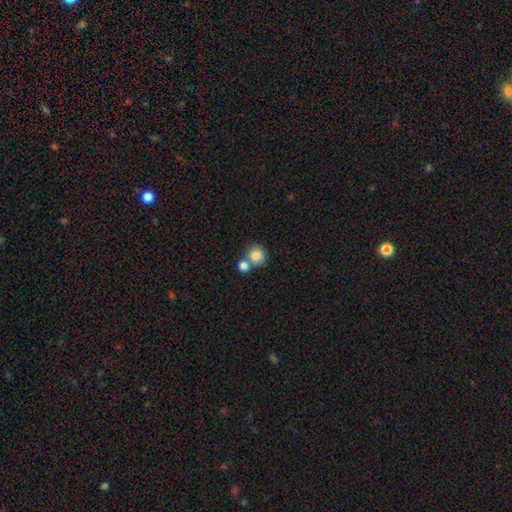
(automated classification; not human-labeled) The model was most divided on "merging": none: 54%, merger: 35%, minor disturbance: 8%, major disturbance: 3%. More confident: how rounded — round (86%); smooth or featured — smooth (82%).